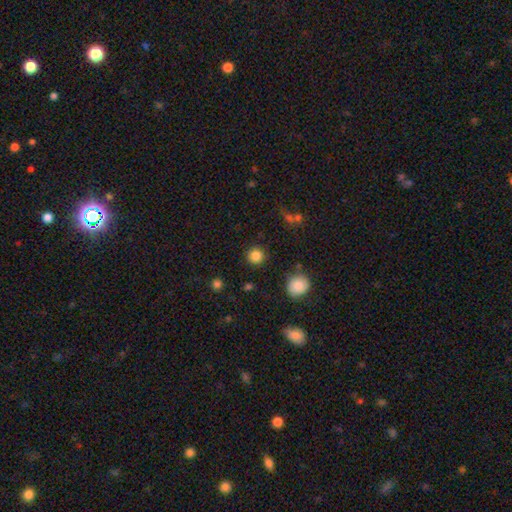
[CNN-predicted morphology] Overall: smooth (85%). How rounded: round (94%). Merging: none (90%).